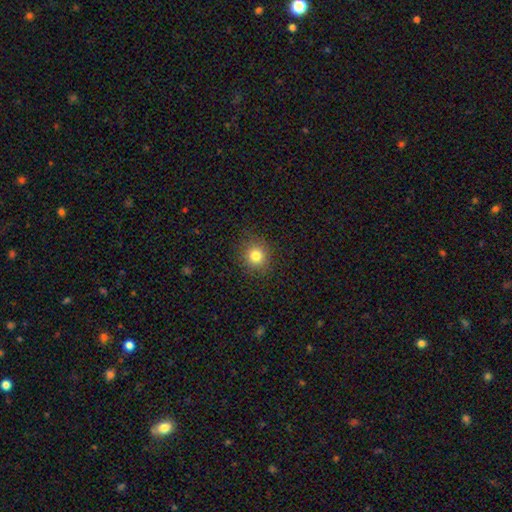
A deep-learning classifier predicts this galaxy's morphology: This appears to be a smooth galaxy with no disk features (80%) that is round (88%). Merging: none (89%).